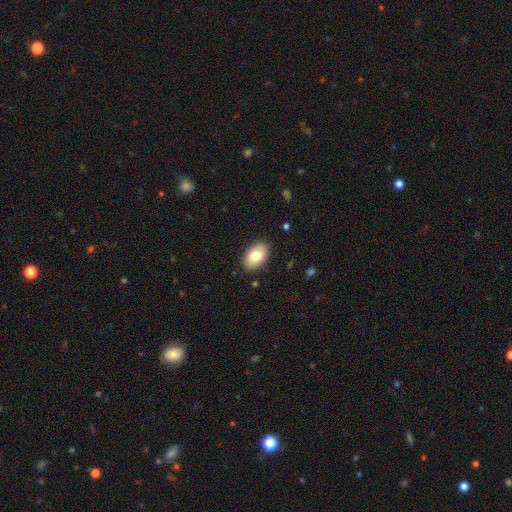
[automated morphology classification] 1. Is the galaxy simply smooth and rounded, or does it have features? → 80% smooth, 13% featured or disk, 6% star or artifact.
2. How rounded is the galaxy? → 93% in between, 6% round, 1% cigar-shaped.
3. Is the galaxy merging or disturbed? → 88% none, 9% minor disturbance, 2% major disturbance, 1% merger.